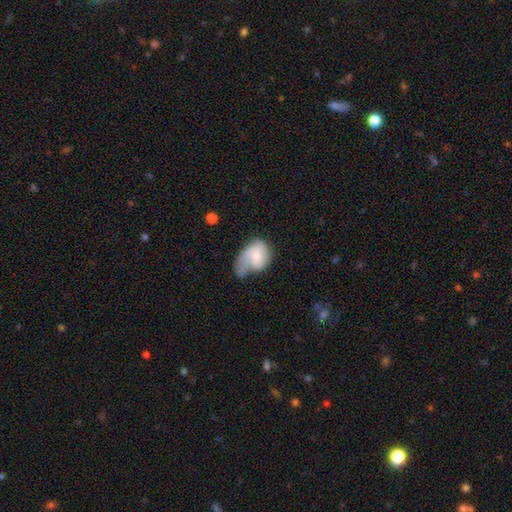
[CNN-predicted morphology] Overall: smooth (47%; featured or disk 46%). Merging: major disturbance (41%; minor disturbance 32%).